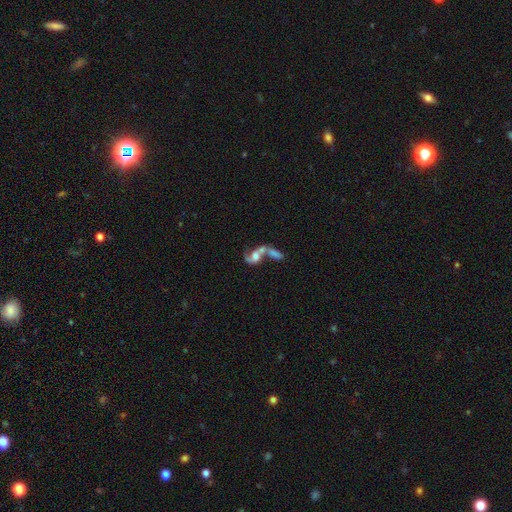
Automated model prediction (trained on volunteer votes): Smooth or featured? featured or disk (62%)
Edge-on disk? no (94%)
Bar? no (68%)
Spiral arms? yes (76%)
Bulge size? moderate (38%)
Merging? merger (70%)